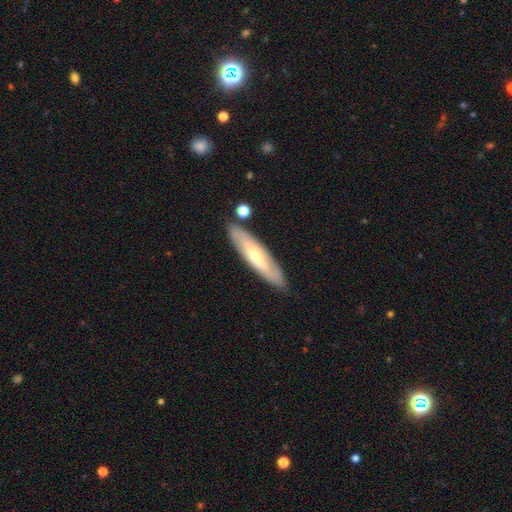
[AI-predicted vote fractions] Overall: smooth (49%; featured or disk 46%). Merging: none (84%).